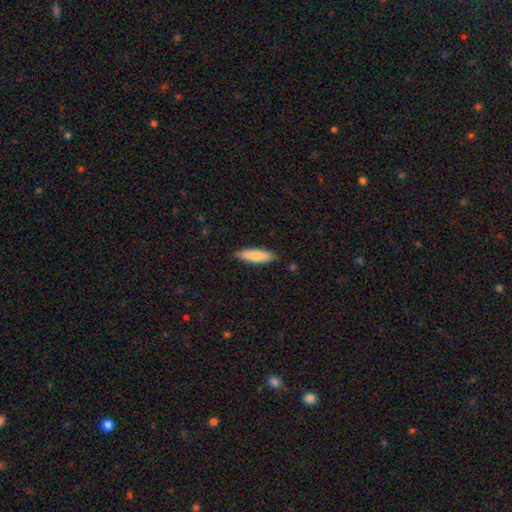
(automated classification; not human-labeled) A smooth galaxy with no disk features (78%) that is cigar-shaped (58%).

Vote fractions:
- Smooth or featured? smooth: 78% / featured or disk: 17% / star or artifact: 6%
- How rounded? cigar-shaped: 58% / in between: 40% / round: 2%
- Merging? none: 85% / minor disturbance: 12% / major disturbance: 2% / merger: 1%